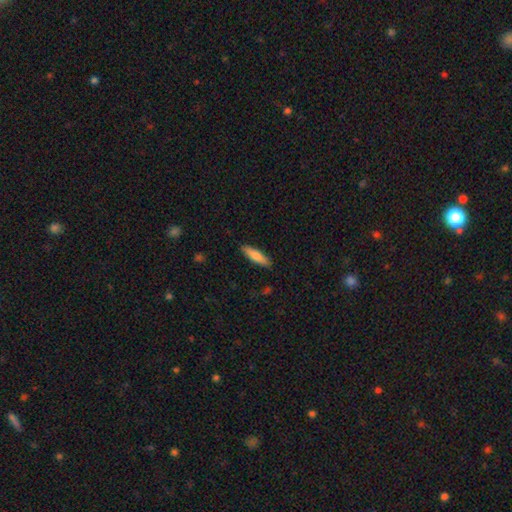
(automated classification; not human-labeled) Smooth or featured: smooth — 72% (featured or disk — 22%)
How rounded: cigar-shaped — 68% (in between — 30%)
Merging: none — 89% (minor disturbance — 8%)